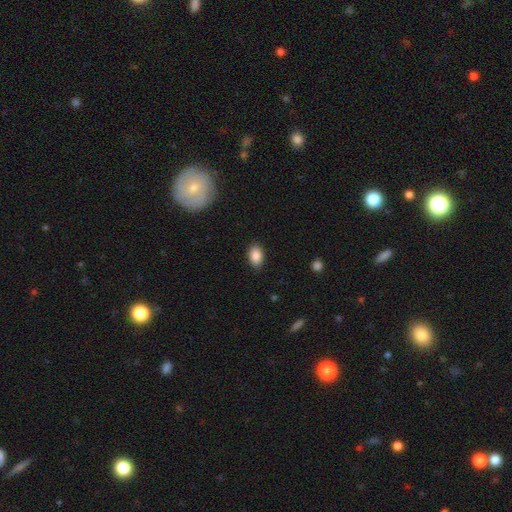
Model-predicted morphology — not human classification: This appears to be a smooth galaxy with no disk features (87%) that is in between round and cigar-shaped (88%). Merging: none (87%).